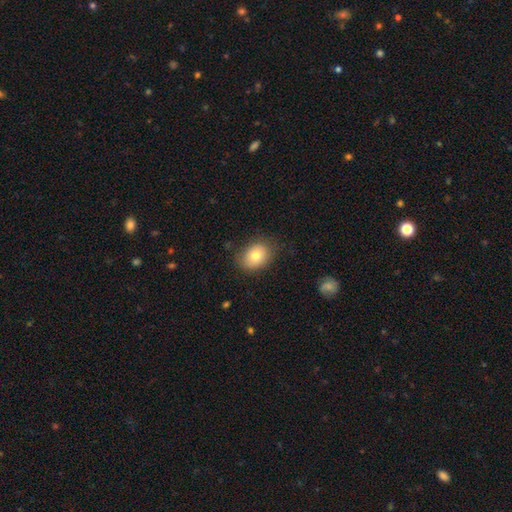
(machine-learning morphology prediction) This appears to be a smooth galaxy with no disk features (77%) that is in between round and cigar-shaped (62%). Merging: none (80%).